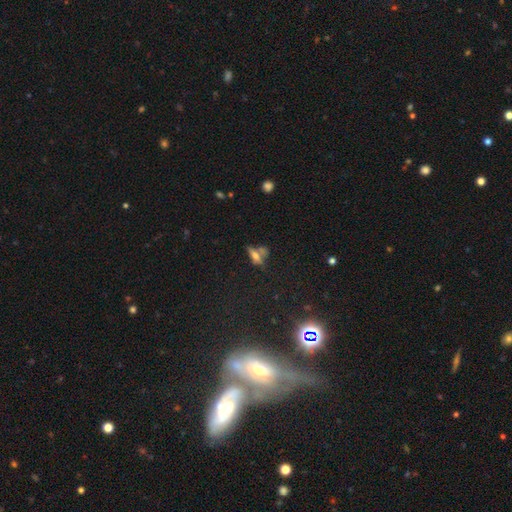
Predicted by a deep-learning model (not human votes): smooth-or-featured: smooth: 46% | featured or disk: 32% | star or artifact: 21%
  merging: none: 39% | merger: 34% | minor disturbance: 15% | major disturbance: 11%